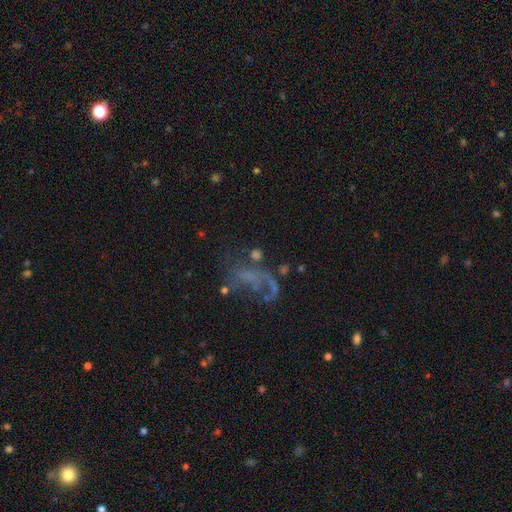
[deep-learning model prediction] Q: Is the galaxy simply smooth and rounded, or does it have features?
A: featured or disk — 53%.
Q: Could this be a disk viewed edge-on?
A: no — 97%.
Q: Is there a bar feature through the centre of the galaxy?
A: no — 80%.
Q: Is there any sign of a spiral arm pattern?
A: no — 60%.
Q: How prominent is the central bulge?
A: none — 69%.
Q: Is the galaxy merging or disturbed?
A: major disturbance — 42%.